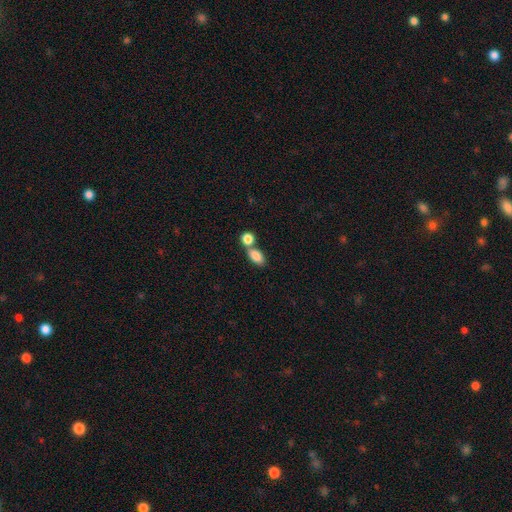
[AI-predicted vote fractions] Overall: smooth (85%). How rounded: in between (86%). Merging: merger (48%; none 40%).